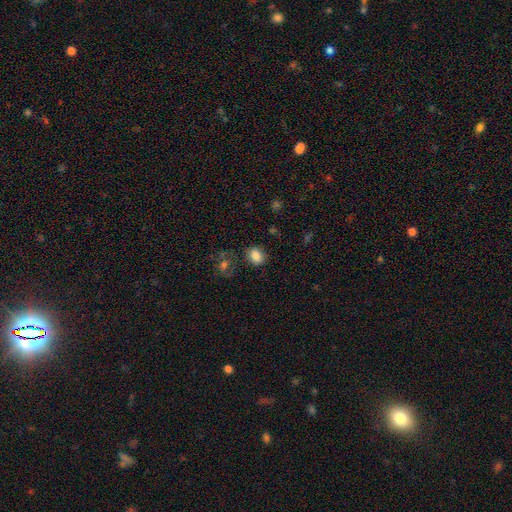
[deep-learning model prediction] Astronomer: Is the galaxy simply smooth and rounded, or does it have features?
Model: smooth — 83%.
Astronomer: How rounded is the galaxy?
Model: in between — 56% (runner-up: round, 43%).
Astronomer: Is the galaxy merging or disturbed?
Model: none — 80%.